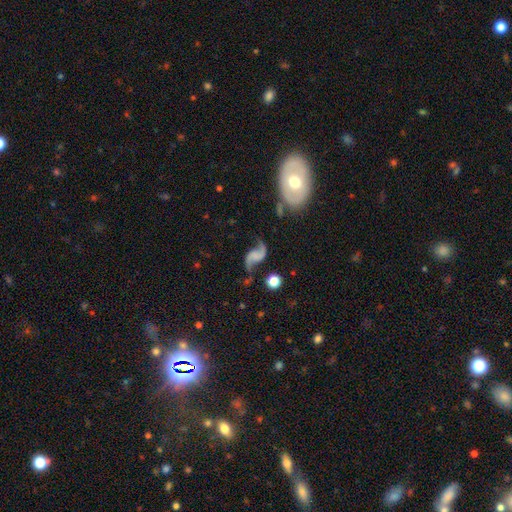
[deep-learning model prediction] This is clearly a featured or disk galaxy (85%). It is clearly not viewed edge-on (98%). Bar: possibly no (56%). Spiral arm pattern: clearly yes (96%). Spiral arm count: clearly 2 (93%). Spiral winding: clearly loose (84%). Central bulge: likely none (69%). Merging: likely none (68%).